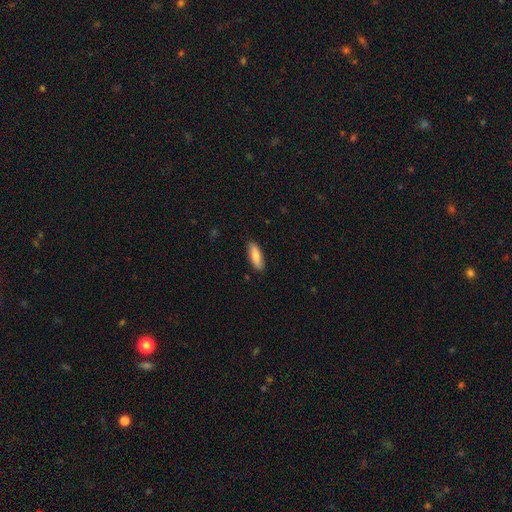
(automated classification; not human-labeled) A smooth galaxy with no disk features (77%) that is in between round and cigar-shaped (57%).

Vote fractions:
- Smooth or featured? smooth: 77% / featured or disk: 17% / star or artifact: 6%
- How rounded? in between: 57% / cigar-shaped: 40% / round: 2%
- Merging? none: 87% / minor disturbance: 10% / major disturbance: 2% / merger: 1%